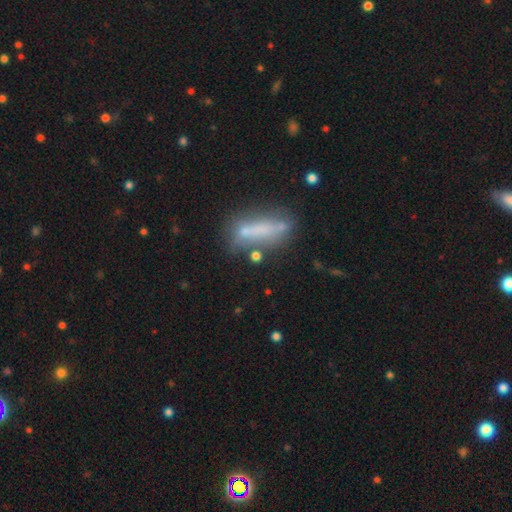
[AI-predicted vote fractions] Overall: smooth (51%; featured or disk 36%). How rounded: cigar-shaped (61%; in between 35%). Merging: none (53%; minor disturbance 20%).